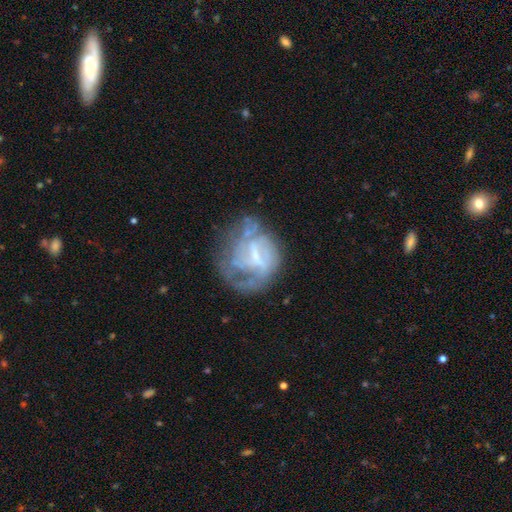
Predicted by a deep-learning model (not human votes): Overall: featured or disk (72%). Edge-on disk: no (97%). Bar: weak (49%; no 29%). Spiral arms: yes (57%; no 43%). Bulge size: small (42%; none 33%). Merging: none (41%; major disturbance 33%).